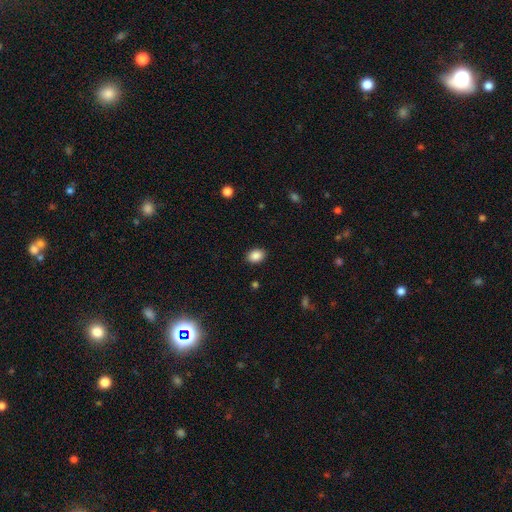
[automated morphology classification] smooth_or_featured: smooth (p=0.88) [alt: star or artifact p=0.08]
how_rounded: in between (p=0.74) [alt: round p=0.25]
merging: none (p=0.89) [alt: minor disturbance p=0.08]